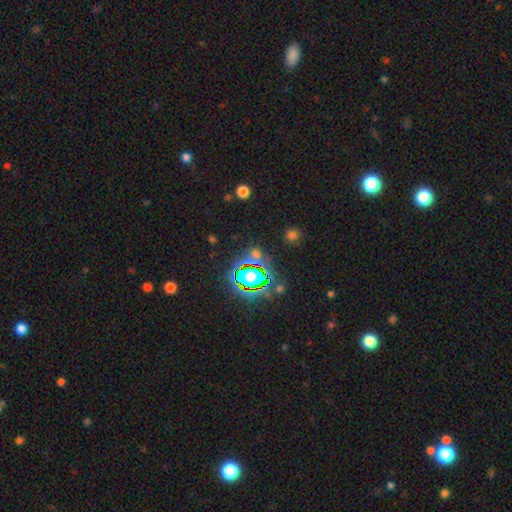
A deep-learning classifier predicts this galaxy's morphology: type=star or artifact (71%).